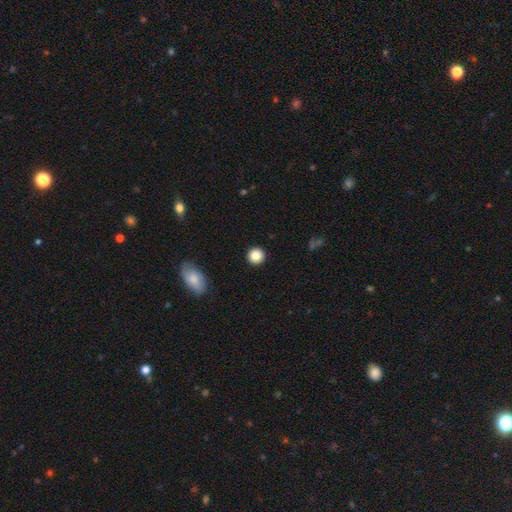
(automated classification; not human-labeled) A smooth galaxy with no disk features (85%) that is round (94%). Merging: none (92%).